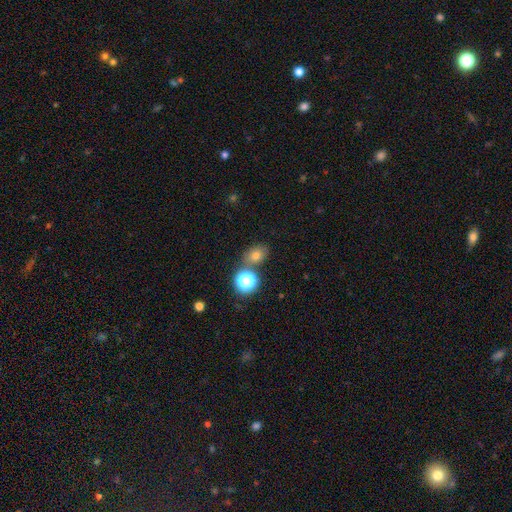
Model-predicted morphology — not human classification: Q: Smooth or featured?
A: smooth (70%); runner-up: star or artifact (20%)
Q: How rounded?
A: in between (59%); runner-up: round (40%)
Q: Merging?
A: none (70%); runner-up: merger (15%)